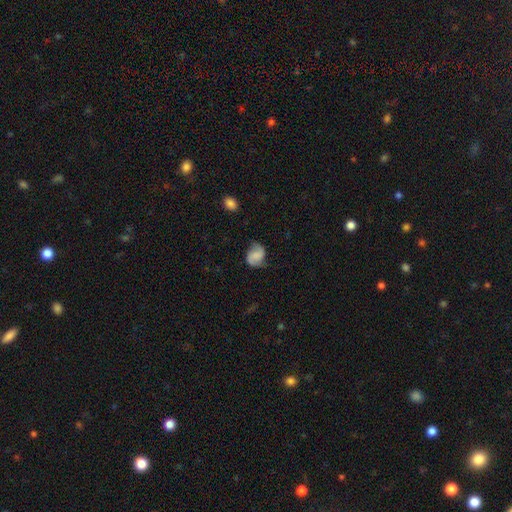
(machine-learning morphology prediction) featured or disk 48%, smooth 43%, star or artifact 9%. Down the decision tree: merging — none (65%).